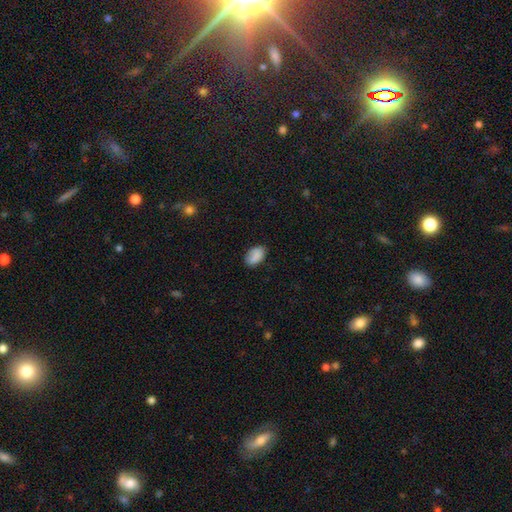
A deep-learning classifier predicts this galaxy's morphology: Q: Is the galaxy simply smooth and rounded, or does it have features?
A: smooth — 84%.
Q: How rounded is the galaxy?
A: in between — 89%.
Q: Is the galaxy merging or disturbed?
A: none — 76%.